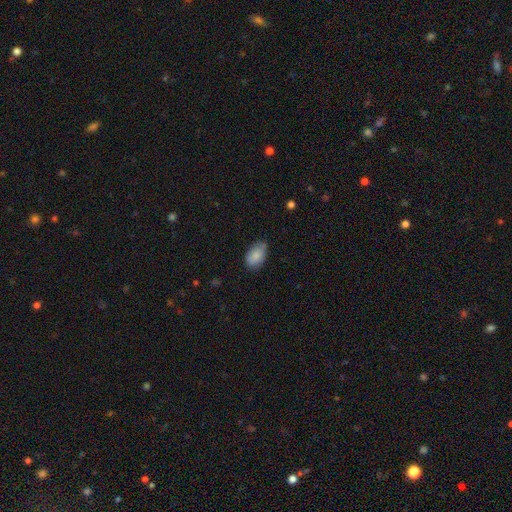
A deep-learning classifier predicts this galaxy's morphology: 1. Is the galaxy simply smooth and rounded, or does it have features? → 85% smooth, 8% featured or disk, 7% star or artifact.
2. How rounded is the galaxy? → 91% in between, 7% round, 1% cigar-shaped.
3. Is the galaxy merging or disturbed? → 68% none, 26% minor disturbance, 4% major disturbance, 2% merger.